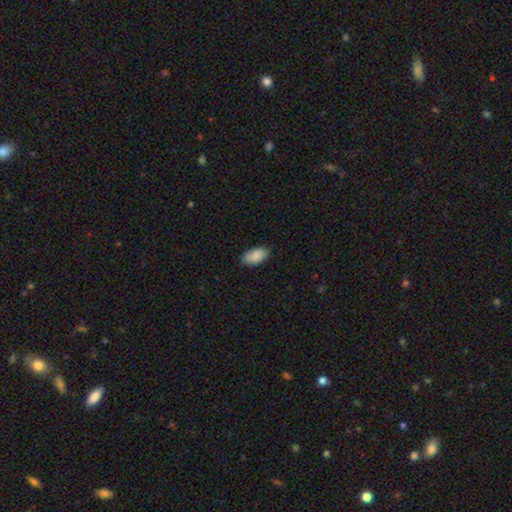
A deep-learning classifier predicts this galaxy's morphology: type=smooth (89%); roundness=in between (95%); merging=none (84%).